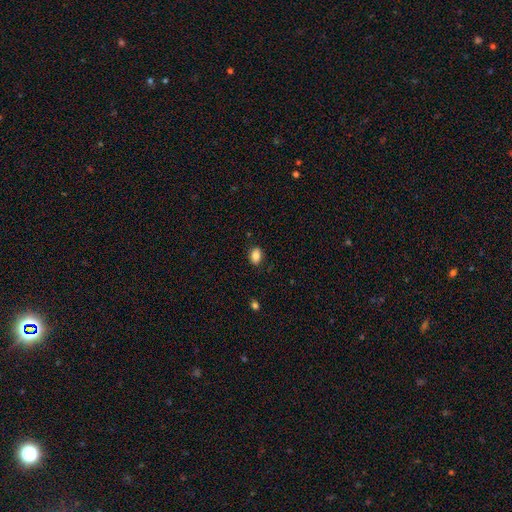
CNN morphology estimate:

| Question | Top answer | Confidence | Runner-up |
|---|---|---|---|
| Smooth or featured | smooth | 85% | star or artifact (9%) |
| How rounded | in between | 78% | round (20%) |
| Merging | none | 86% | minor disturbance (10%) |